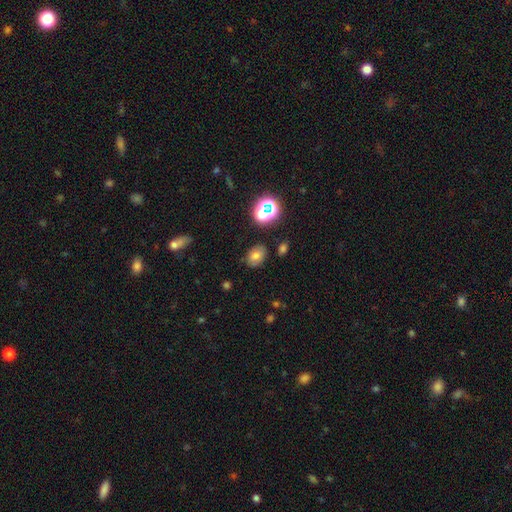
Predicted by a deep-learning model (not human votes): Smooth or featured: smooth — 70% (star or artifact — 17%)
How rounded: in between — 71% (round — 28%)
Merging: none — 81% (minor disturbance — 13%)